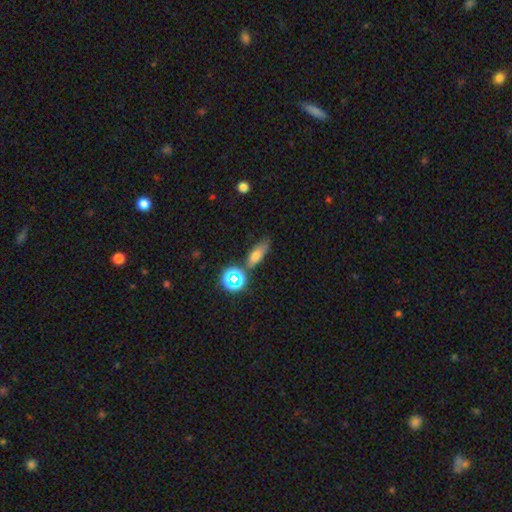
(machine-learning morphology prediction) Smooth or featured?
  - smooth: 69% *
  - star or artifact: 18%
  - featured or disk: 14%
How rounded?
  - in between: 59% *
  - cigar-shaped: 30%
  - round: 11%
Merging?
  - none: 65% *
  - minor disturbance: 19%
  - merger: 10%
  - major disturbance: 6%